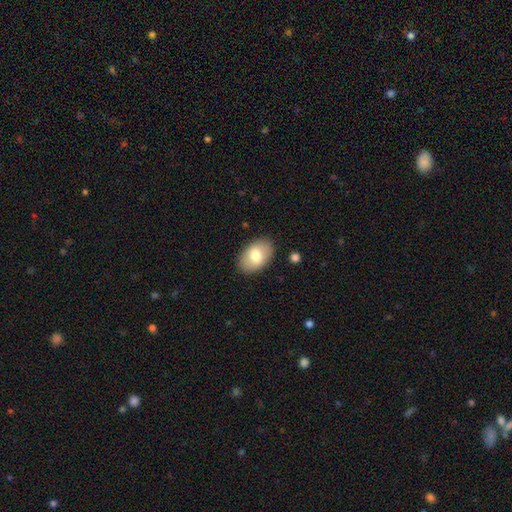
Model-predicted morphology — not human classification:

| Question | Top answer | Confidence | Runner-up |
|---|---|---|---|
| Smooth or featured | smooth | 74% | featured or disk (19%) |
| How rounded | in between | 90% | round (9%) |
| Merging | none | 87% | minor disturbance (9%) |